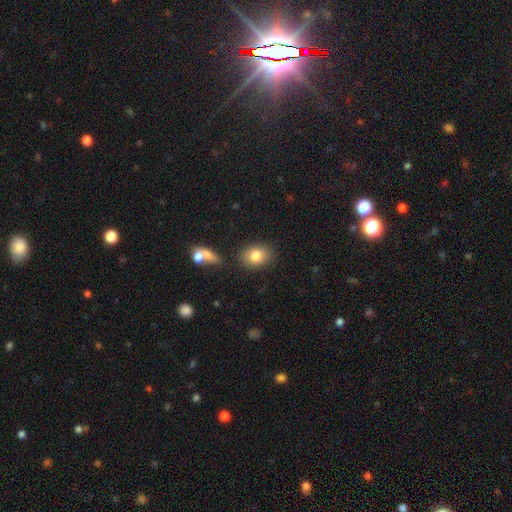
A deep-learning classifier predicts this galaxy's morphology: The model was most divided on "how rounded": in between: 68%, round: 30%, cigar-shaped: 1%. More confident: smooth or featured — smooth (81%); merging — none (81%).